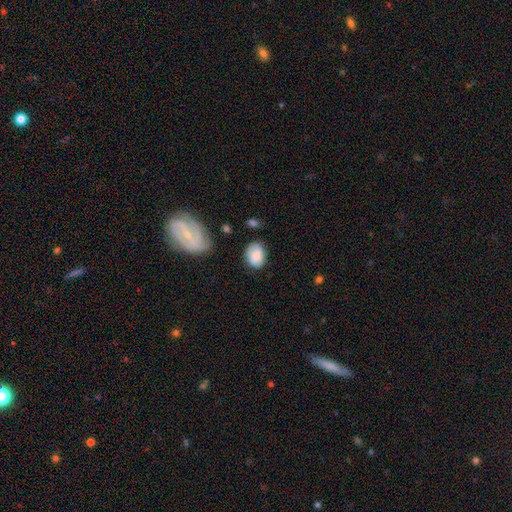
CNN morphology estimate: This is clearly a smooth galaxy (81%). How rounded: likely in between (67%). Merging: likely none (67%).